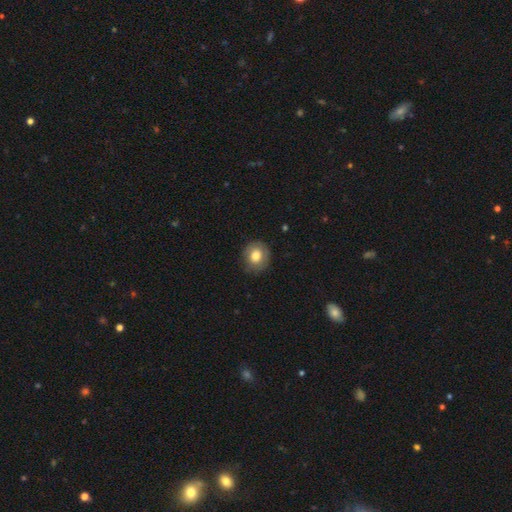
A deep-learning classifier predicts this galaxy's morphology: smooth_or_featured: smooth (p=0.78) [alt: featured or disk p=0.14]
how_rounded: round (p=0.78) [alt: in between p=0.21]
merging: none (p=0.82) [alt: minor disturbance p=0.13]